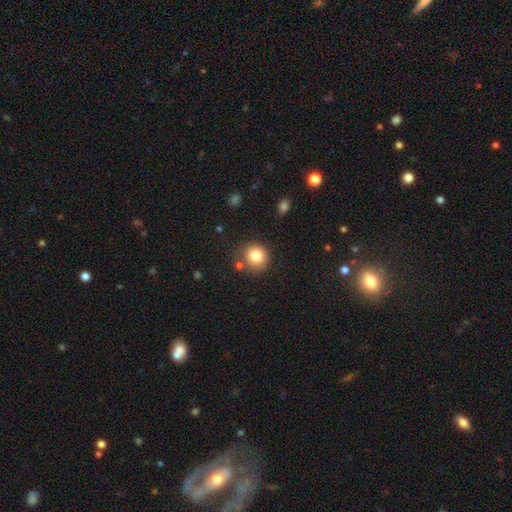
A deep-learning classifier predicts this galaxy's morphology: Smooth or featured? smooth (80%)
How rounded? round (90%)
Merging? none (79%)